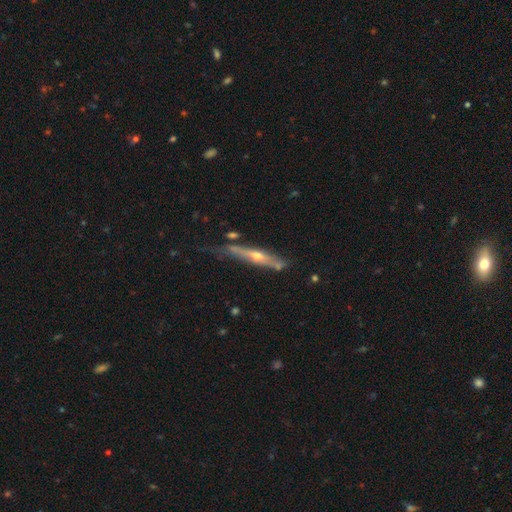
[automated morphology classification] smooth-or-featured: featured or disk: 71% | smooth: 23% | star or artifact: 7%
  disk-edge-on: yes: 89% | no: 11%
    edge-on-bulge: rounded: 88% | none: 10% | boxy: 3%
  merging: none: 62% | minor disturbance: 25% | major disturbance: 7% | merger: 6%